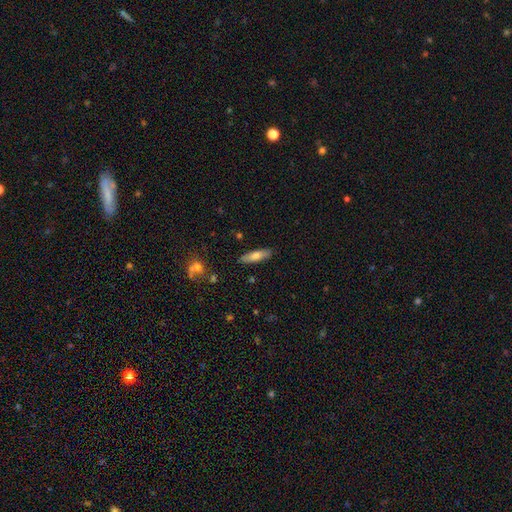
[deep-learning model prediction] This appears to be a smooth galaxy with no disk features (71%) that is cigar-shaped (61%). Merging: none (87%).